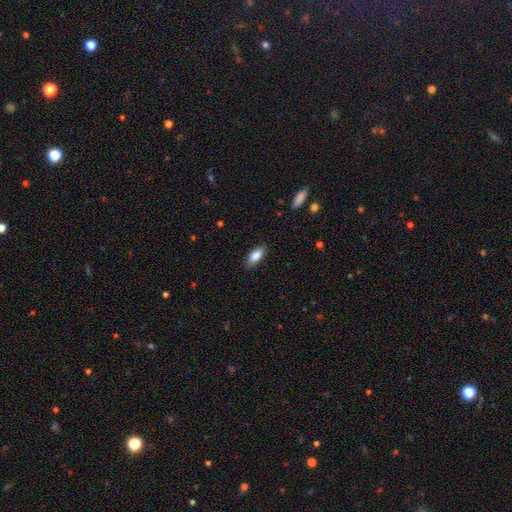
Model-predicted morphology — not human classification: Smooth or featured? Predicted: smooth (p=0.87). How rounded? Predicted: in between (p=0.85). Merging? Predicted: none (p=0.85).